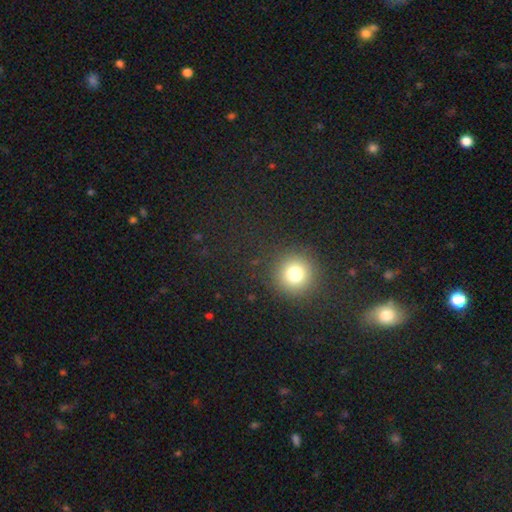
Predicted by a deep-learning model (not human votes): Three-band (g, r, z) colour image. It shows a smooth galaxy with no disk features (61%) that is round (91%). Merging: none (86%).